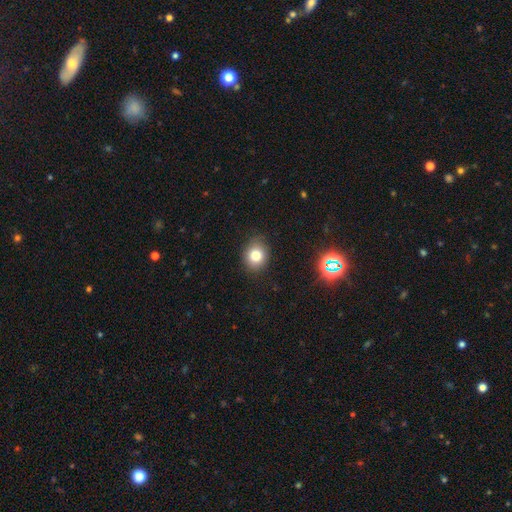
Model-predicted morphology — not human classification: Smooth or featured? Predicted: smooth (p=0.80). How rounded? Predicted: round (p=0.61). Merging? Predicted: none (p=0.82).